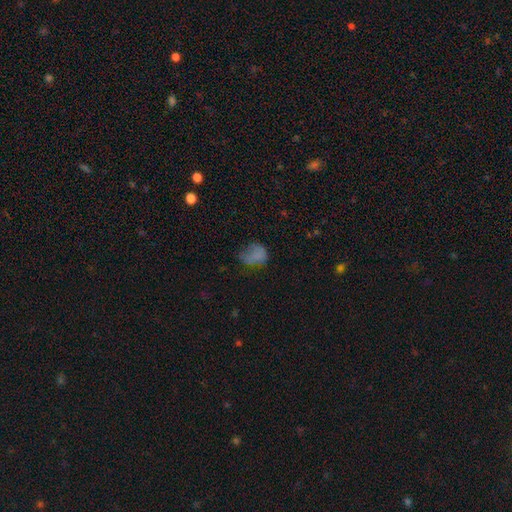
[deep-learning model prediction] Q: Smooth or featured?
A: smooth (71%); runner-up: featured or disk (15%)
Q: How rounded?
A: round (50%); runner-up: in between (48%)
Q: Merging?
A: none (39%); runner-up: minor disturbance (30%)